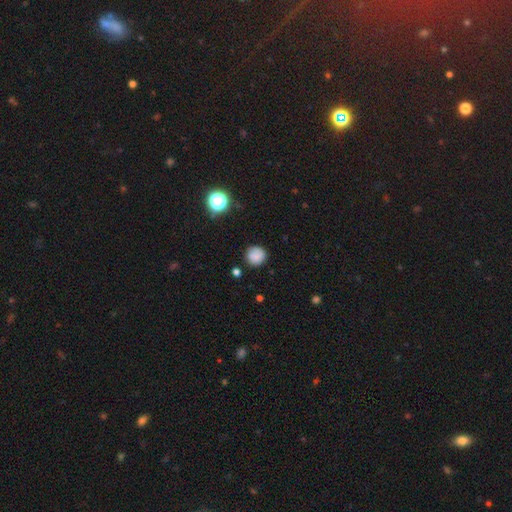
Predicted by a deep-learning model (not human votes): Overall: smooth (83%). How rounded: round (93%). Merging: none (85%).